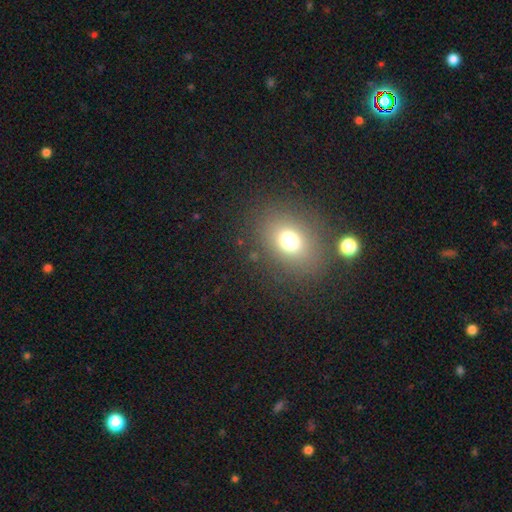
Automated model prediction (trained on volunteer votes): Smooth or featured: smooth — 65% (star or artifact — 23%)
How rounded: round — 51% (in between — 48%)
Merging: none — 84% (minor disturbance — 8%)